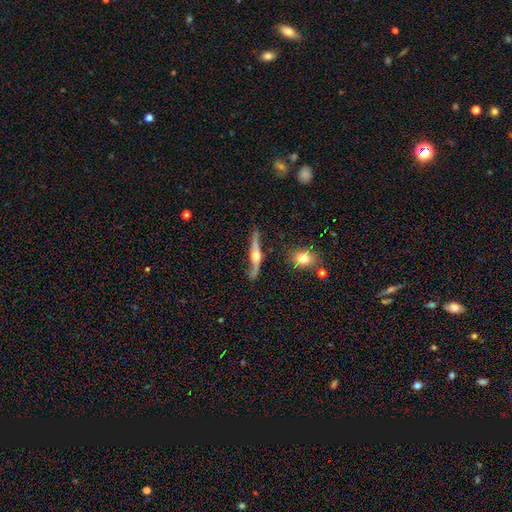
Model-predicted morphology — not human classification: Q: Smooth or featured?
A: featured or disk (80%); runner-up: smooth (14%)
Q: Edge-on disk?
A: yes (80%); runner-up: no (20%)
Q: Edge-on bulge?
A: rounded (93%); runner-up: boxy (4%)
Q: Merging?
A: none (69%); runner-up: minor disturbance (20%)